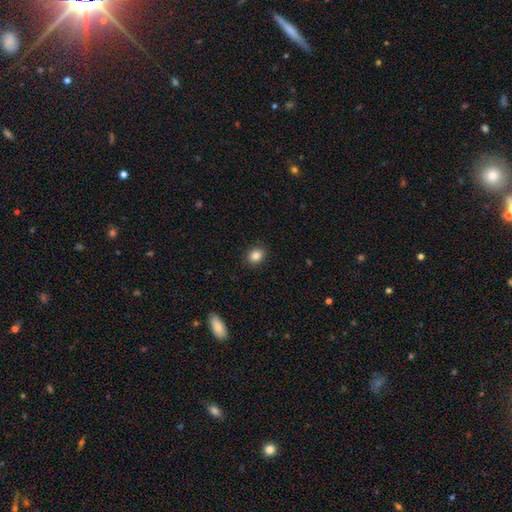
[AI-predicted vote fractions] smooth-or-featured: smooth: 85% | star or artifact: 10% | featured or disk: 5%
  how-rounded: round: 64% | in between: 35% | cigar-shaped: 1%
  merging: none: 90% | minor disturbance: 7% | major disturbance: 2% | merger: 1%